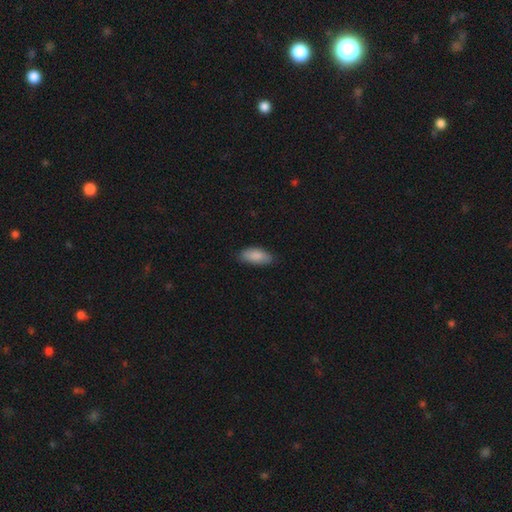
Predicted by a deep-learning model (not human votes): This appears to be a smooth galaxy with no disk features (88%) that is in between round and cigar-shaped (87%). Merging: none (82%).